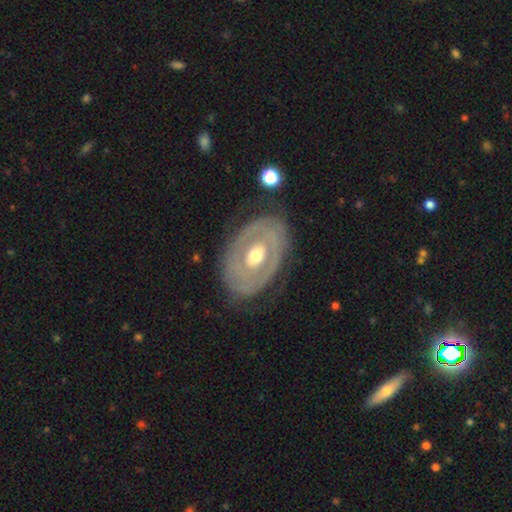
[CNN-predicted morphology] A featured or disk galaxy (72%) with no bar (73%), no spiral arms (63%) and a moderate central bulge (73%). Merging: none (77%).